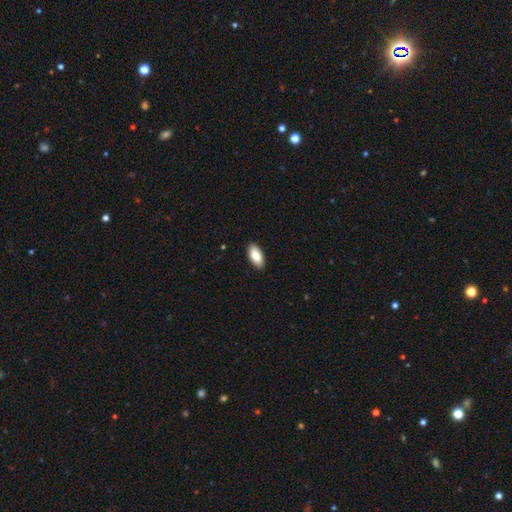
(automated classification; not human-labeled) Q: Smooth or featured?
A: smooth (83%); runner-up: featured or disk (11%)
Q: How rounded?
A: in between (91%); runner-up: cigar-shaped (6%)
Q: Merging?
A: none (90%); runner-up: minor disturbance (7%)